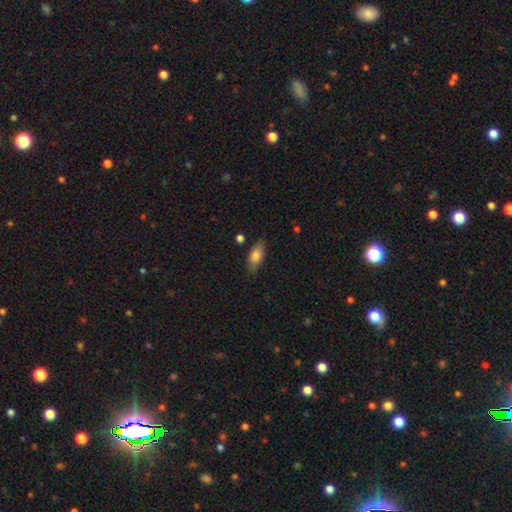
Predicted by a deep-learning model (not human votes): The model was most divided on "smooth or featured": smooth: 78%, featured or disk: 14%, star or artifact: 7%. More confident: how rounded — in between (84%); merging — none (80%).